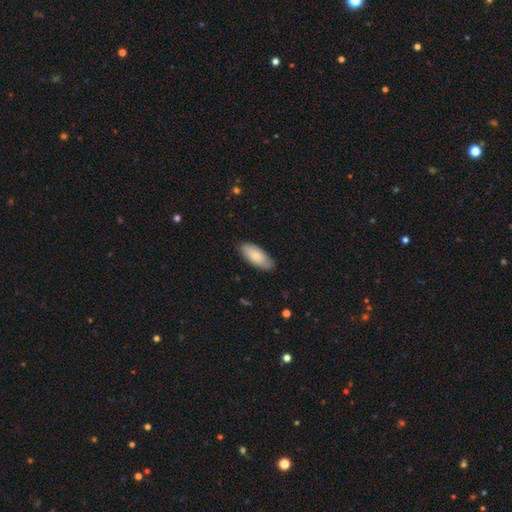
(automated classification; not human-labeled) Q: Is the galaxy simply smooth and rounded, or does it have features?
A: smooth — 81%.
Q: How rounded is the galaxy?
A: in between — 87%.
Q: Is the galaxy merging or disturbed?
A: none — 82%.